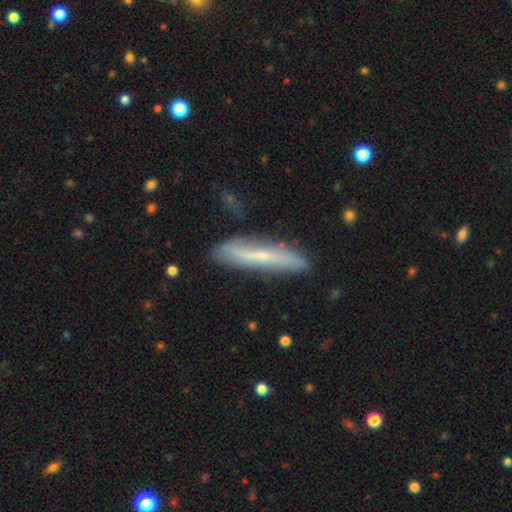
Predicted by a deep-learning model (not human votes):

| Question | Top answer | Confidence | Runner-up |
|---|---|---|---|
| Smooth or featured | featured or disk | 45% | smooth (44%) |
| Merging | none | 82% | minor disturbance (13%) |